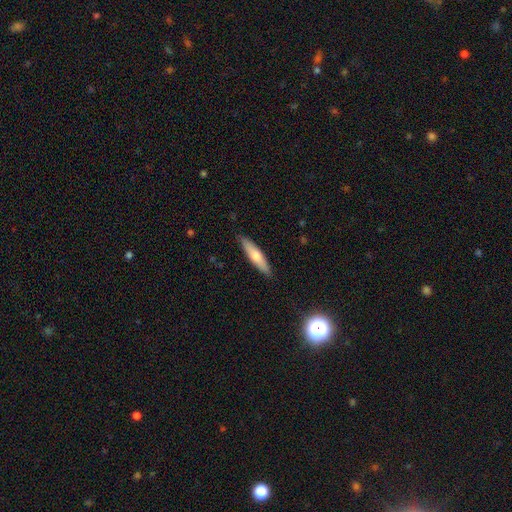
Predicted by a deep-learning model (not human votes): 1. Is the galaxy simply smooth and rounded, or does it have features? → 62% smooth, 32% featured or disk, 6% star or artifact.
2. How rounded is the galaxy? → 78% cigar-shaped, 20% in between, 2% round.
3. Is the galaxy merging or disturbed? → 87% none, 10% minor disturbance, 2% major disturbance, 1% merger.